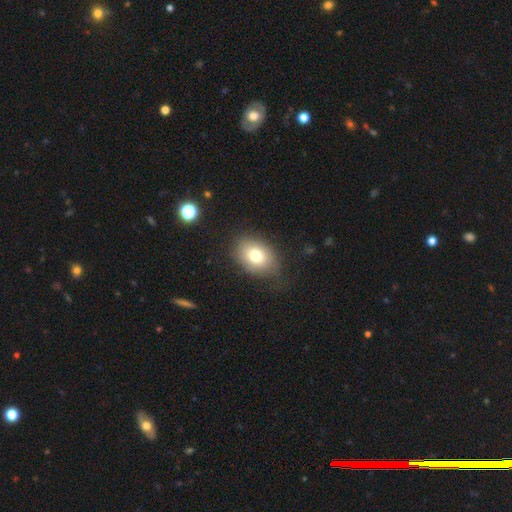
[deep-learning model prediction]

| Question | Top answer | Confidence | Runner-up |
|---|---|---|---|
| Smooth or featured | smooth | 76% | featured or disk (14%) |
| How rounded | in between | 70% | round (29%) |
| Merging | none | 74% | minor disturbance (18%) |